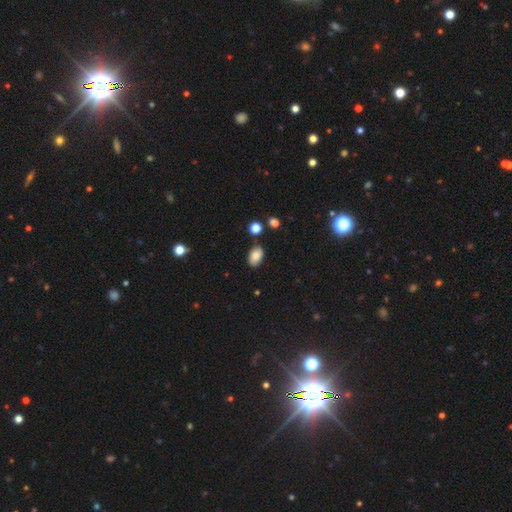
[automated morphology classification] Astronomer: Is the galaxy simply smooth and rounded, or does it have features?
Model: smooth — 81%.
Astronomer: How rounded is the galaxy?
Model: in between — 90%.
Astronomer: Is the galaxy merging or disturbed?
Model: none — 82%.